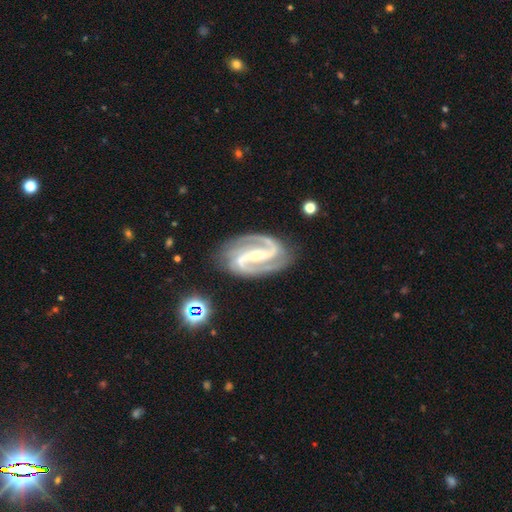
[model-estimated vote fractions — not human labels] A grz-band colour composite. It shows a featured or disk galaxy (93%) with a strong bar (66%), 2 (92%) medium (56%) spiral arms (99%) and a small central bulge (67%). Merging: none (82%).